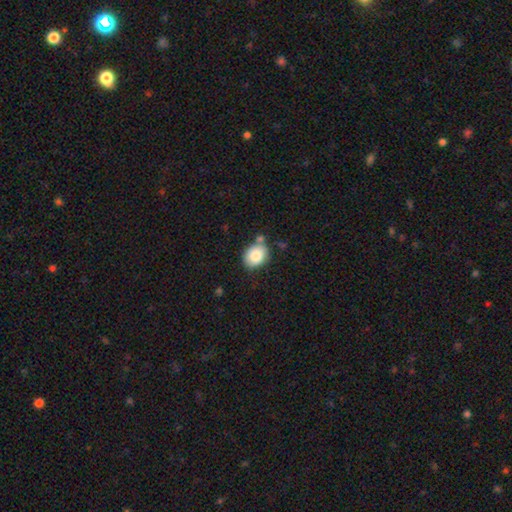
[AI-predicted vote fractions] Morphology: type=smooth (83%); roundness=in between (50%); merging=none (70%).